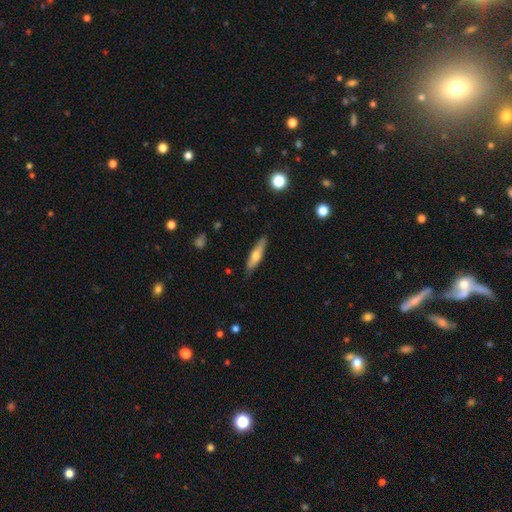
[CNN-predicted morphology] smooth_or_featured: smooth (p=0.56) [alt: featured or disk p=0.38]
how_rounded: cigar-shaped (p=0.75) [alt: in between p=0.23]
merging: none (p=0.84) [alt: minor disturbance p=0.13]